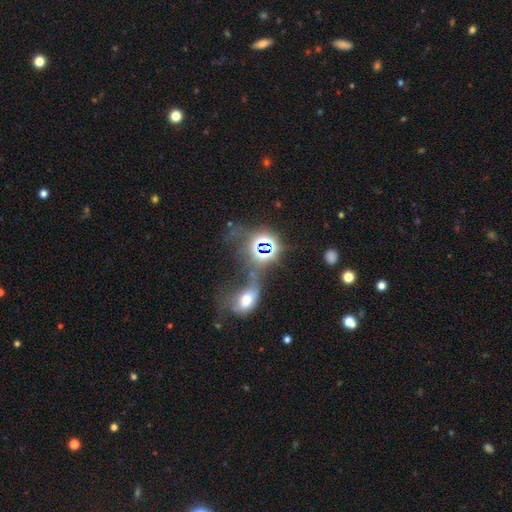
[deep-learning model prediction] smooth 36%, star or artifact 34%, featured or disk 30%. Down the decision tree: merging — merger (49%).